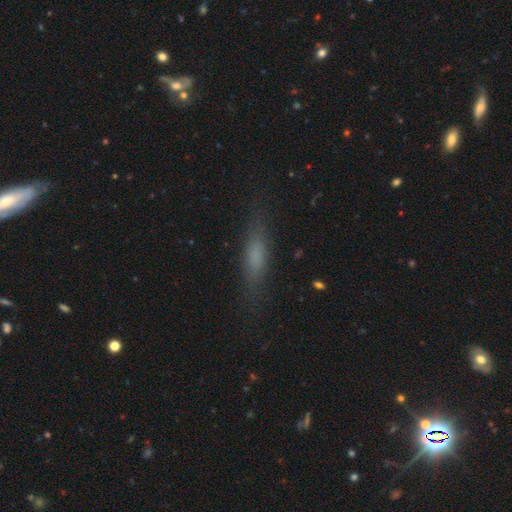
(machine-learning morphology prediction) Smooth or featured? Predicted: smooth (p=0.67). How rounded? Predicted: cigar-shaped (p=0.68). Merging? Predicted: none (p=0.80).